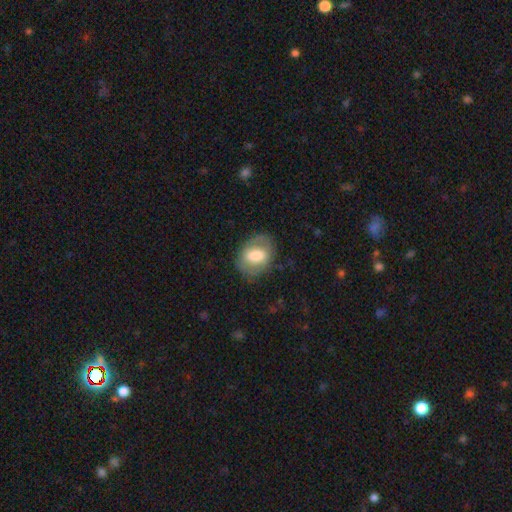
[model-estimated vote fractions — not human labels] A smooth galaxy with no disk features (64%) that is in between round and cigar-shaped (71%). Merging: none (72%).